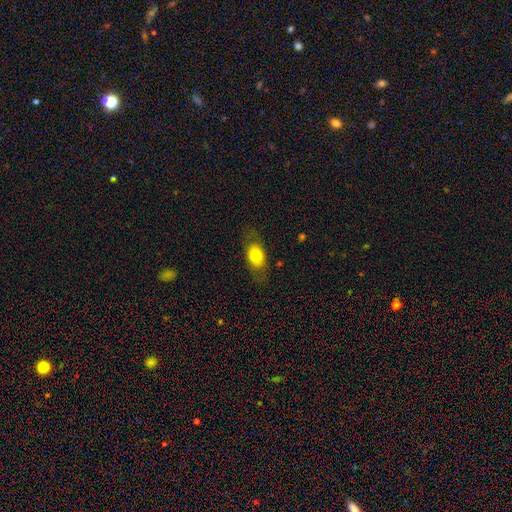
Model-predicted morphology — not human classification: smooth-or-featured: smooth: 74% | featured or disk: 18% | star or artifact: 8%
  how-rounded: in between: 79% | round: 16% | cigar-shaped: 5%
  merging: none: 76% | minor disturbance: 15% | major disturbance: 7% | merger: 1%